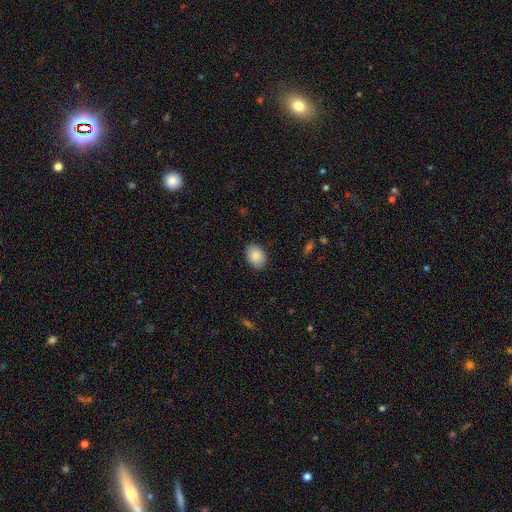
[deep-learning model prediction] Smooth or featured? smooth (88%)
How rounded? in between (73%)
Merging? none (86%)